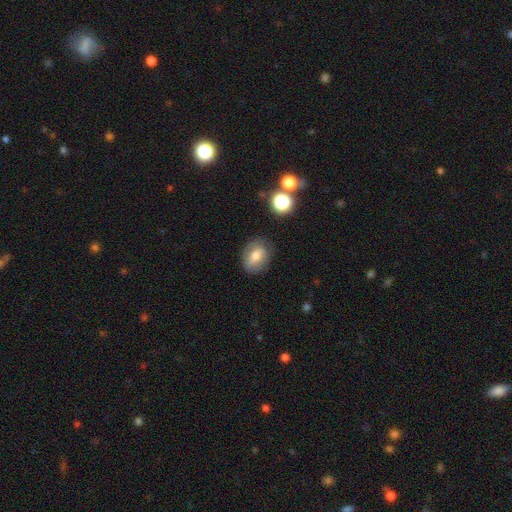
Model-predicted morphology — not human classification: Smooth or featured: smooth — 67% (featured or disk — 23%)
How rounded: in between — 72% (round — 27%)
Merging: none — 79% (minor disturbance — 15%)